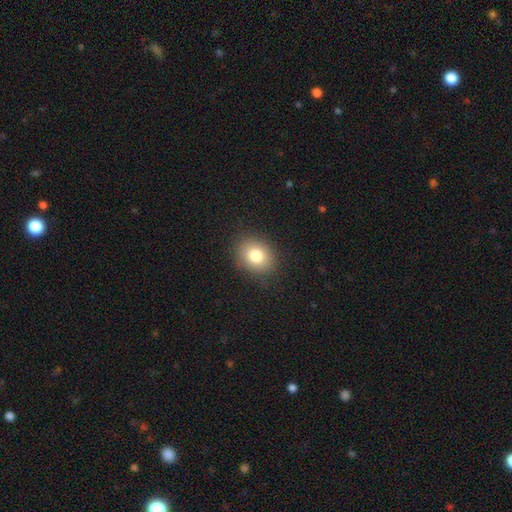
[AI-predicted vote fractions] A smooth galaxy with no disk features (80%) that is round (51%). Merging: none (87%).